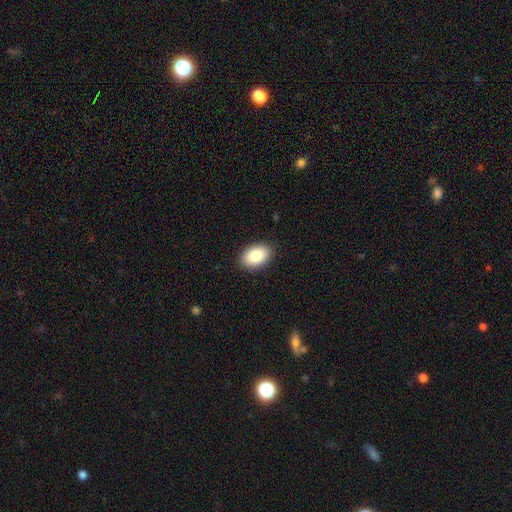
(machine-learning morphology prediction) The model was most divided on "how rounded": in between: 88%, round: 10%, cigar-shaped: 1%. More confident: merging — none (89%); smooth or featured — smooth (86%).